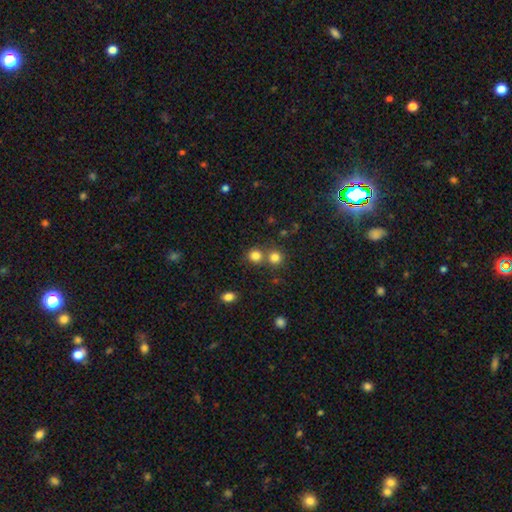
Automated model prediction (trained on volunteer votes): Overall: smooth (80%). How rounded: round (87%). Merging: none (62%; merger 28%).